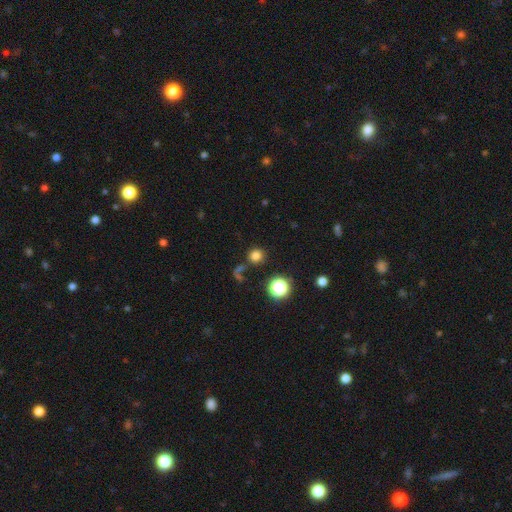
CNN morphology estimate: smooth-or-featured: smooth: 76% | star or artifact: 18% | featured or disk: 6%
  how-rounded: round: 92% | in between: 7% | cigar-shaped: 1%
  merging: none: 76% | merger: 9% | minor disturbance: 9% | major disturbance: 6%